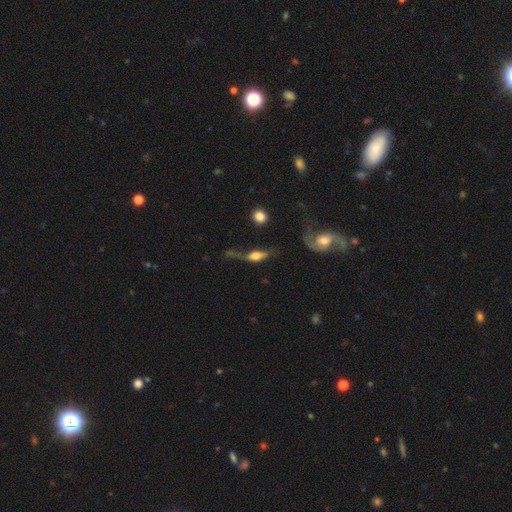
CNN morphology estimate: smooth-or-featured: featured or disk: 50% | smooth: 41% | star or artifact: 9%
  disk-edge-on: yes: 56% | no: 44%
  merging: major disturbance: 36% | none: 30% | minor disturbance: 23% | merger: 10%